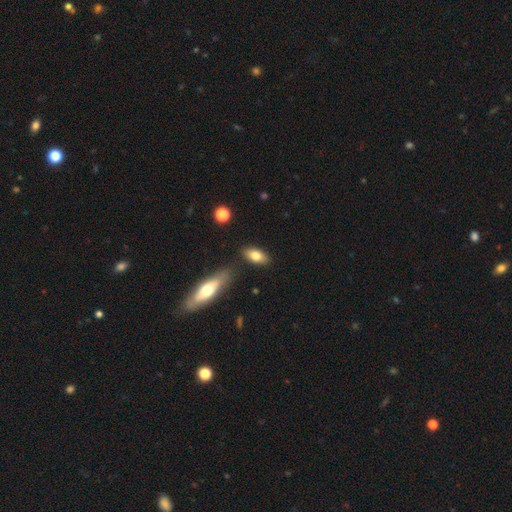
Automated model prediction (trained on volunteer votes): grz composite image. It shows a smooth galaxy with no disk features (77%) that is in between round and cigar-shaped (85%). Merging: none (82%).